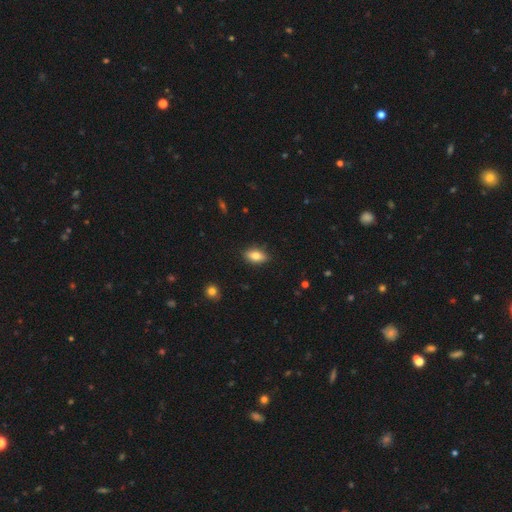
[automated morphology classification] Overall: smooth (76%). How rounded: in between (85%). Merging: none (84%).